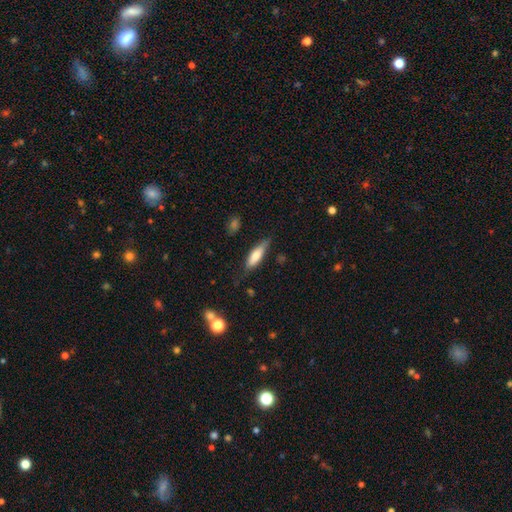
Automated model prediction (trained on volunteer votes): This is likely a smooth galaxy (66%). How rounded: possibly cigar-shaped (53%). Merging: likely none (70%).